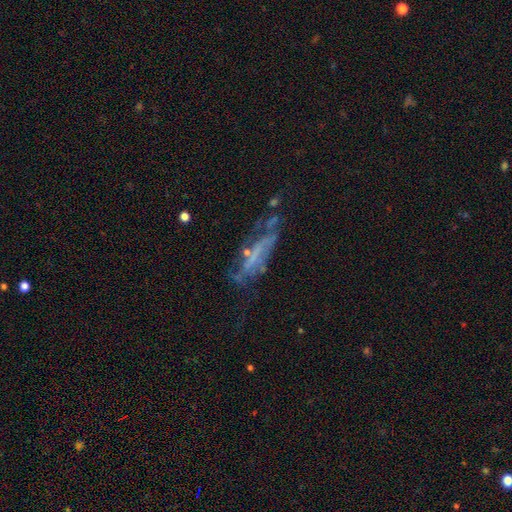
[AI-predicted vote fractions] A featured or disk galaxy (58%). Merging: none (42%).